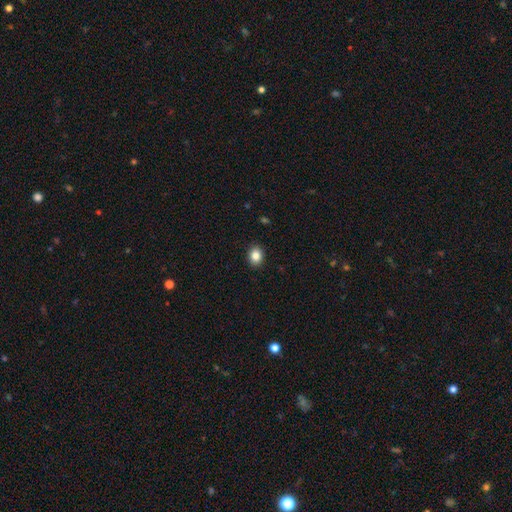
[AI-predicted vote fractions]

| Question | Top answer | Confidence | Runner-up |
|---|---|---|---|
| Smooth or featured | smooth | 85% | star or artifact (10%) |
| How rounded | round | 51% | in between (48%) |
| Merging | none | 91% | minor disturbance (6%) |